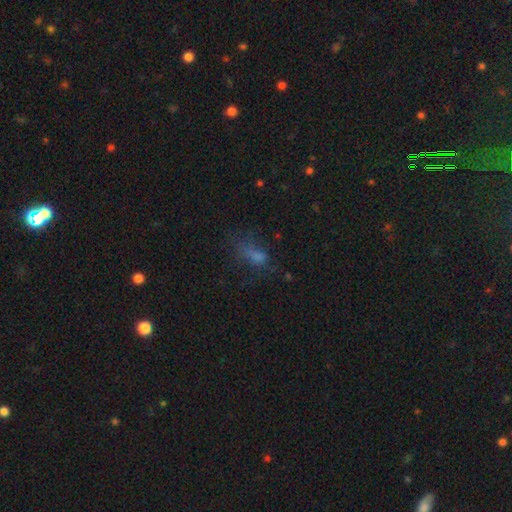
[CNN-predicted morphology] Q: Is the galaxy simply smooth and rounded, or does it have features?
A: smooth — 55%.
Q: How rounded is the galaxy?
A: in between — 71%.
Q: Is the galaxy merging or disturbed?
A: none — 45%.